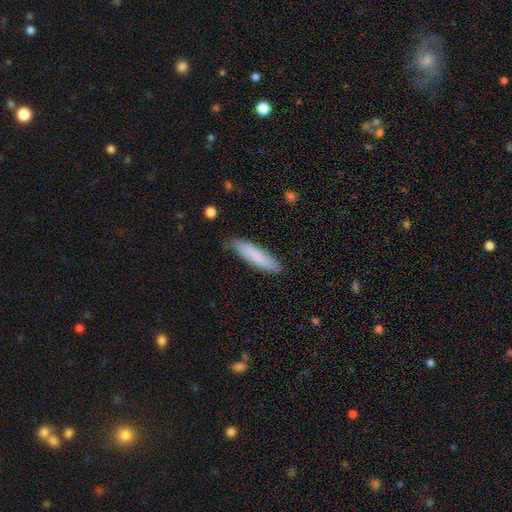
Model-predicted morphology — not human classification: Smooth or featured? smooth (82%)
How rounded? cigar-shaped (74%)
Merging? none (82%)